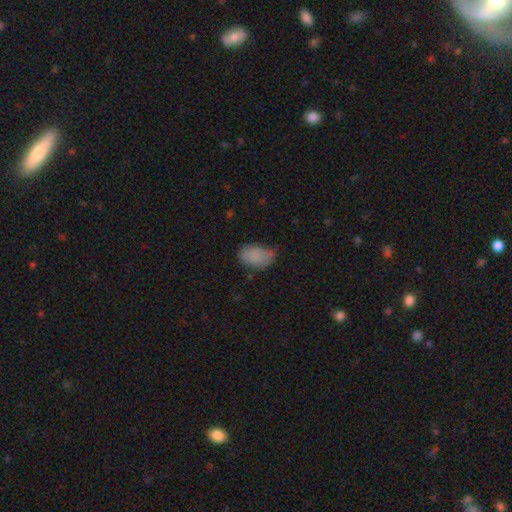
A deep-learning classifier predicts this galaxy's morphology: smooth-or-featured: smooth: 85% | star or artifact: 8% | featured or disk: 7%
  how-rounded: in between: 90% | round: 9% | cigar-shaped: 1%
  merging: none: 58% | minor disturbance: 33% | major disturbance: 7% | merger: 2%